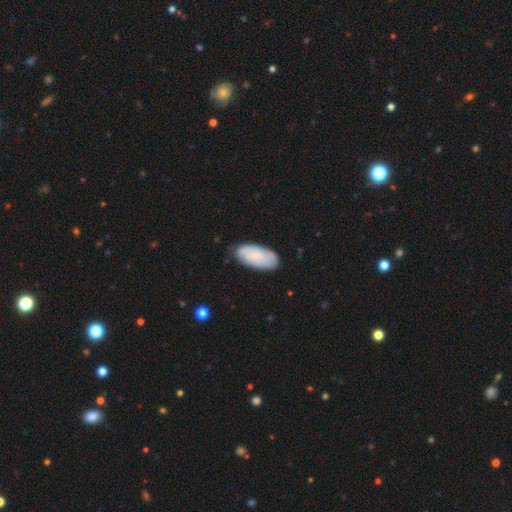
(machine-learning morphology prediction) A smooth galaxy with no disk features (56%) that is in between round and cigar-shaped (92%).

Vote fractions:
- Smooth or featured? smooth: 56% / featured or disk: 38% / star or artifact: 7%
- How rounded? in between: 92% / cigar-shaped: 6% / round: 2%
- Merging? none: 79% / minor disturbance: 16% / major disturbance: 3% / merger: 1%